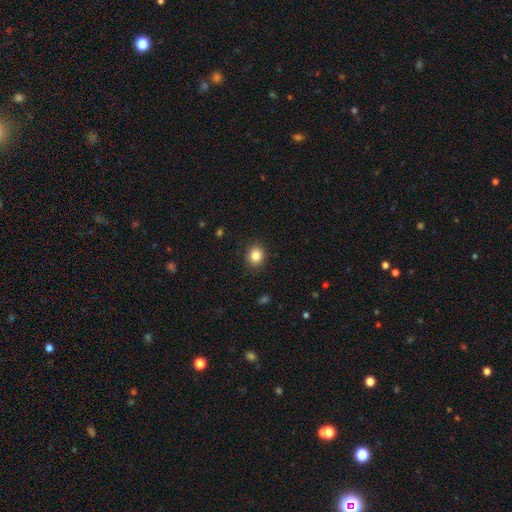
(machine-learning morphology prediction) Smooth or featured: smooth — 84% (star or artifact — 10%)
How rounded: round — 76% (in between — 23%)
Merging: none — 90% (minor disturbance — 7%)